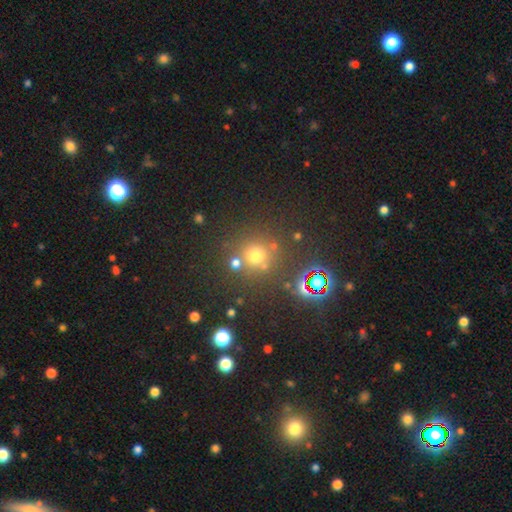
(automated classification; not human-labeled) A smooth galaxy with no disk features (56%) that is round (92%). Merging: none (76%).